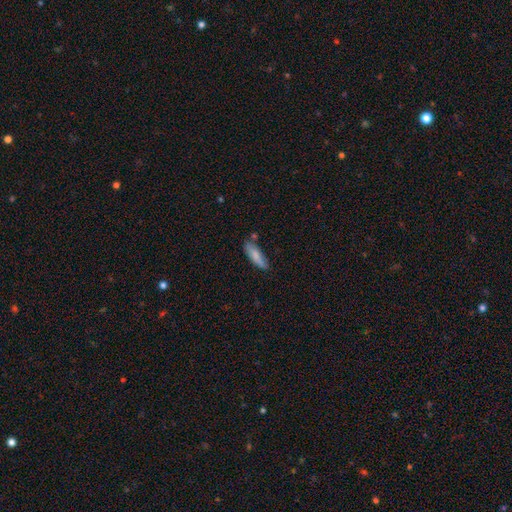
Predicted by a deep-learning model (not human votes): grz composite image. It shows a smooth galaxy with no disk features (78%) that is cigar-shaped (55%). Merging: none (69%).